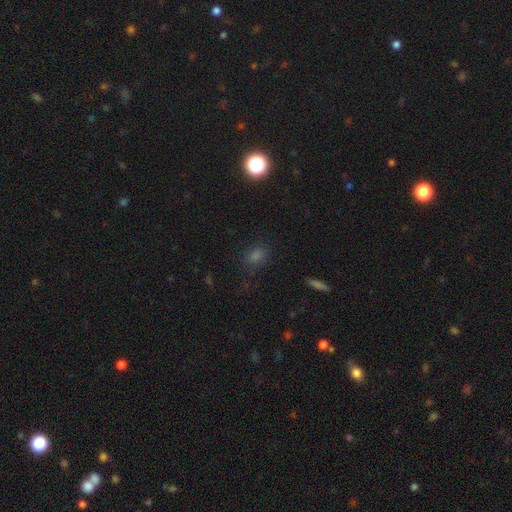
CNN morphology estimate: smooth_or_featured: smooth (p=0.65) [alt: star or artifact p=0.28]
how_rounded: in between (p=0.57) [alt: round p=0.40]
merging: none (p=0.80) [alt: minor disturbance p=0.13]